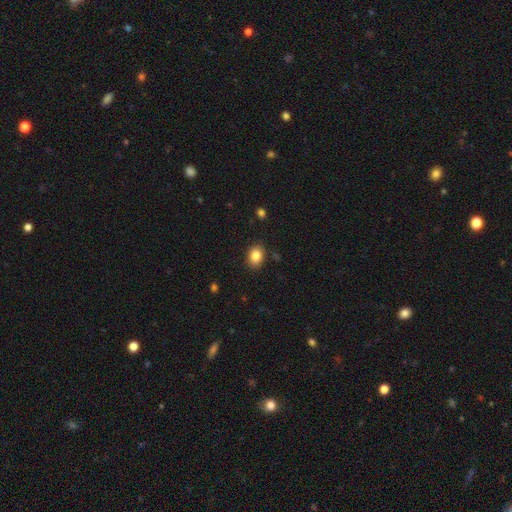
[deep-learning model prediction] Smooth or featured: smooth — 85% (star or artifact — 9%)
How rounded: in between — 67% (round — 32%)
Merging: none — 87% (minor disturbance — 10%)